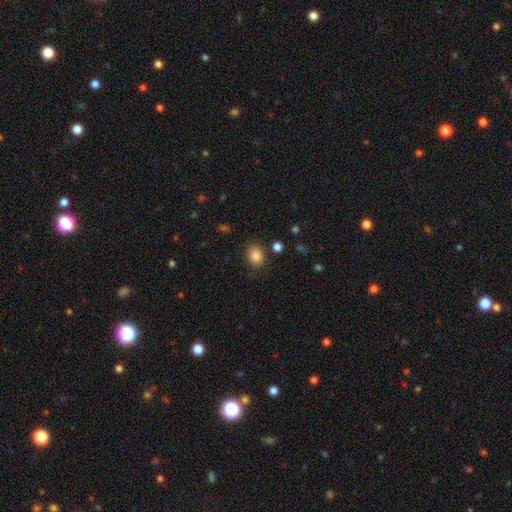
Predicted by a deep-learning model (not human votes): smooth-or-featured: smooth: 85% | star or artifact: 10% | featured or disk: 5%
  how-rounded: round: 51% | in between: 48% | cigar-shaped: 1%
  merging: none: 83% | minor disturbance: 10% | major disturbance: 3% | merger: 3%